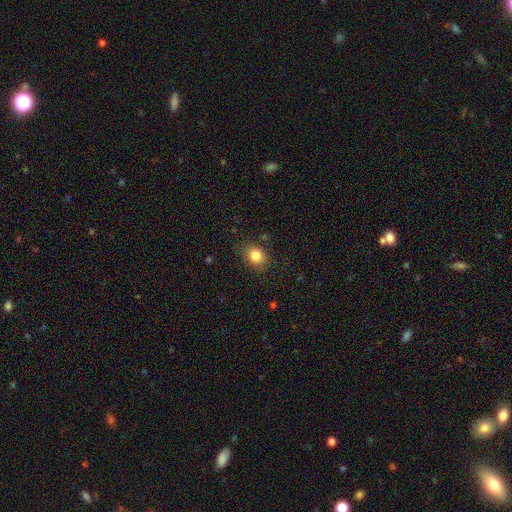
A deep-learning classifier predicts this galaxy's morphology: smooth_or_featured: smooth (p=0.83) [alt: star or artifact p=0.11]
how_rounded: round (p=0.57) [alt: in between p=0.42]
merging: none (p=0.81) [alt: minor disturbance p=0.14]